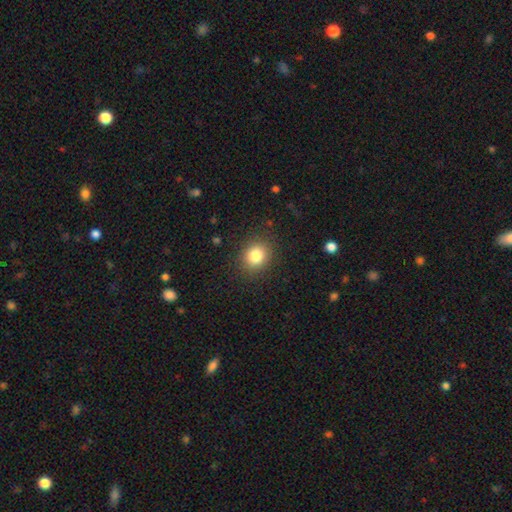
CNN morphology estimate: Smooth or featured? Predicted: smooth (p=0.82). How rounded? Predicted: round (p=0.73). Merging? Predicted: none (p=0.87).